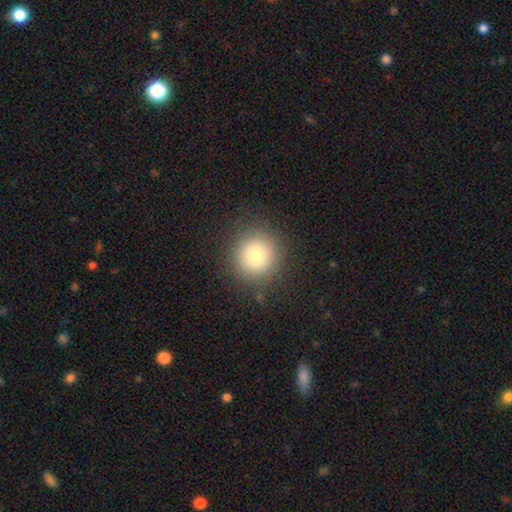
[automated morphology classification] smooth_or_featured: smooth (p=0.77) [alt: star or artifact p=0.13]
how_rounded: round (p=0.94) [alt: in between p=0.05]
merging: none (p=0.88) [alt: minor disturbance p=0.07]